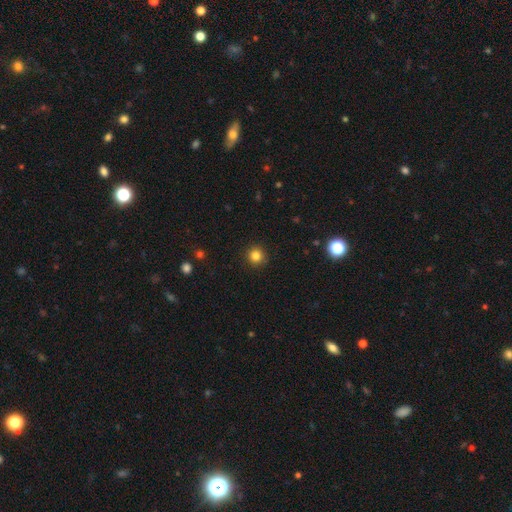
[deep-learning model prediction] The model was most divided on "smooth or featured": smooth: 83%, star or artifact: 13%, featured or disk: 5%. More confident: how rounded — round (94%); merging — none (92%).